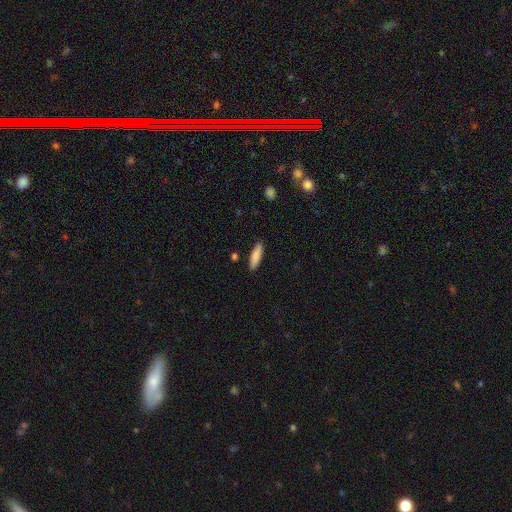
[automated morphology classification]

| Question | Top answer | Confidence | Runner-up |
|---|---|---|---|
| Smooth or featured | smooth | 85% | featured or disk (9%) |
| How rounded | cigar-shaped | 67% | in between (31%) |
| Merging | none | 88% | minor disturbance (9%) |